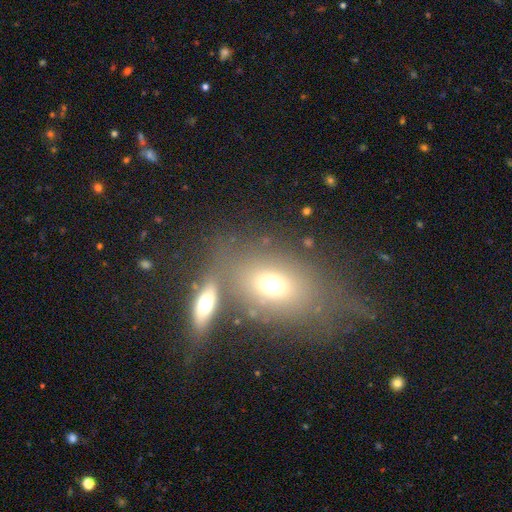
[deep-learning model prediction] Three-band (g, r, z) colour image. It shows a smooth galaxy with no disk features (51%) that is in between round and cigar-shaped (76%). Merging: none (50%).